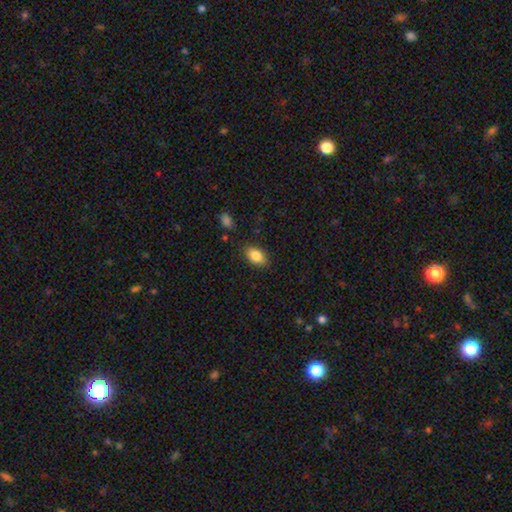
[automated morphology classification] Q: Smooth or featured?
A: smooth (86%); runner-up: star or artifact (8%)
Q: How rounded?
A: in between (89%); runner-up: round (8%)
Q: Merging?
A: none (83%); runner-up: minor disturbance (12%)